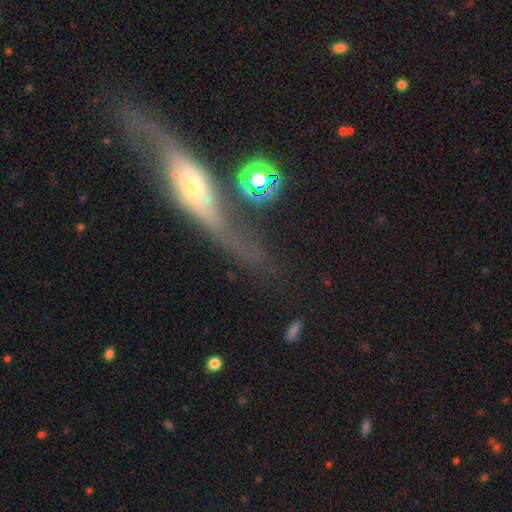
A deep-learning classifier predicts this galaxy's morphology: type=featured or disk (56%); edge-on=no (55%); merging=none (50%).